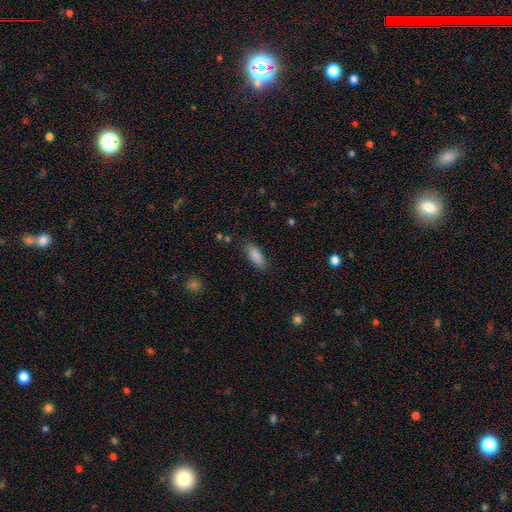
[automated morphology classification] Smooth or featured? Predicted: smooth (p=0.88). How rounded? Predicted: in between (p=0.74). Merging? Predicted: none (p=0.86).